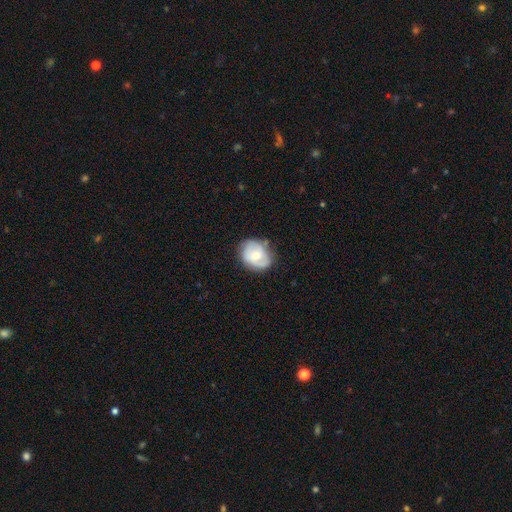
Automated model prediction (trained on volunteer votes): A featured or disk galaxy (48%). Merging: none (68%).